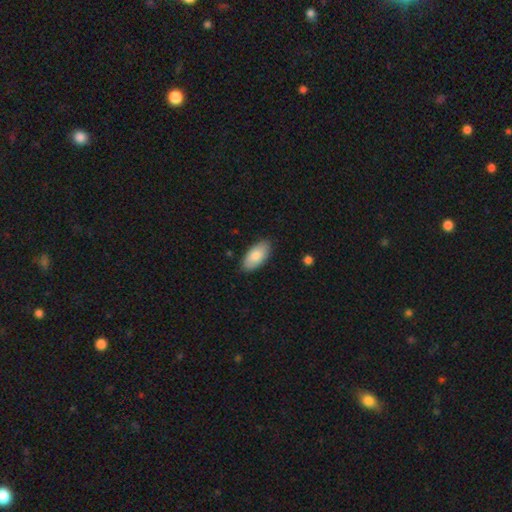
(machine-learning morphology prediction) A smooth galaxy with no disk features (85%) that is in between round and cigar-shaped (94%). Merging: none (85%).